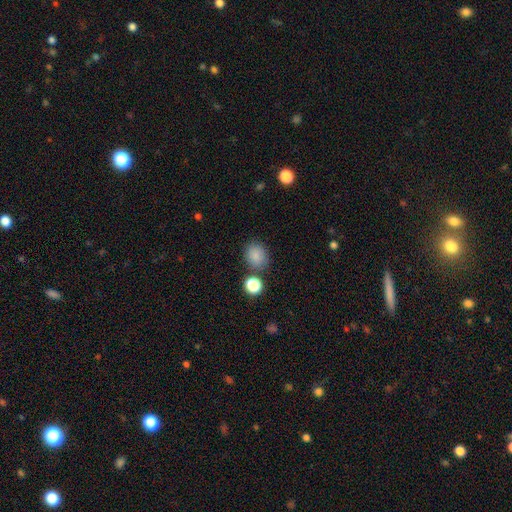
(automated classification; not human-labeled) Smooth or featured? Predicted: smooth (p=0.84). How rounded? Predicted: round (p=0.64). Merging? Predicted: none (p=0.79).